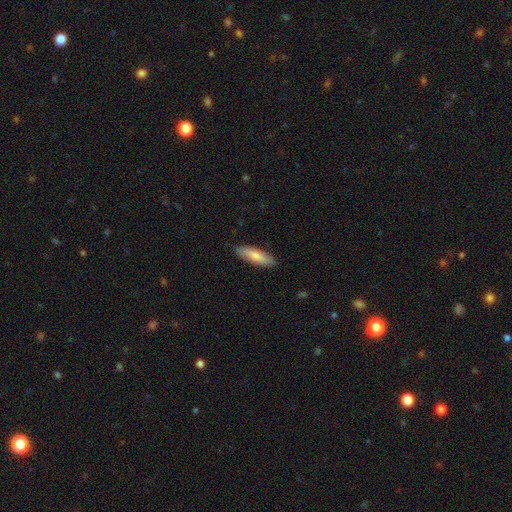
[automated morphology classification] Smooth or featured: smooth — 75% (featured or disk — 20%)
How rounded: cigar-shaped — 49% (tied with in between — 49%)
Merging: none — 87% (minor disturbance — 10%)